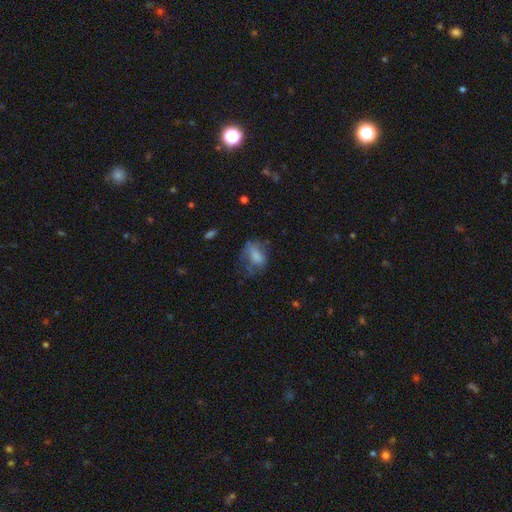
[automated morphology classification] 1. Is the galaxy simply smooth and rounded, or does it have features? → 66% smooth, 23% featured or disk, 11% star or artifact.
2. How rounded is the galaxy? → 80% in between, 16% round, 4% cigar-shaped.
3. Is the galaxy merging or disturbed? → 36% none, 32% major disturbance, 29% minor disturbance, 3% merger.